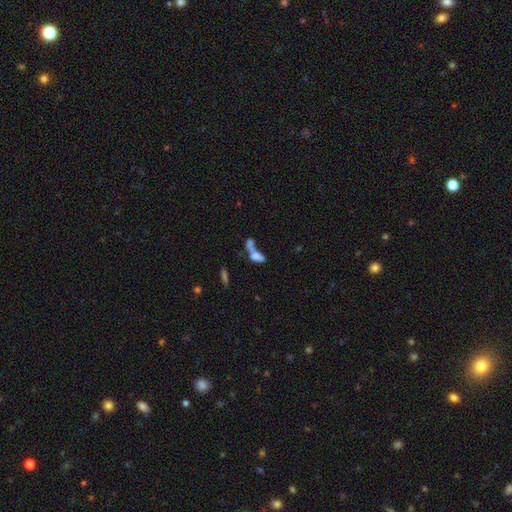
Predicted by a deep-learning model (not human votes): Overall: smooth (61%; featured or disk 26%). How rounded: in between (75%). Merging: merger (63%).